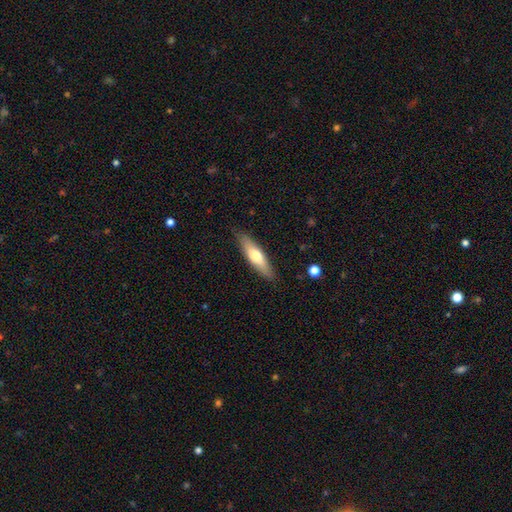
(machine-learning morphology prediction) smooth-or-featured: smooth: 59% | featured or disk: 36% | star or artifact: 5%
  how-rounded: cigar-shaped: 70% | in between: 29% | round: 2%
  merging: none: 86% | minor disturbance: 11% | major disturbance: 2% | merger: 1%